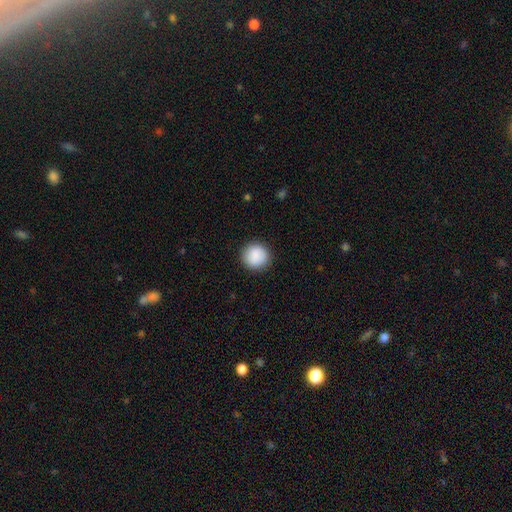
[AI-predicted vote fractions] Smooth or featured?
  - smooth: 89% *
  - star or artifact: 7%
  - featured or disk: 4%
How rounded?
  - round: 93% *
  - in between: 6%
  - cigar-shaped: 1%
Merging?
  - none: 91% *
  - minor disturbance: 6%
  - major disturbance: 2%
  - merger: 1%